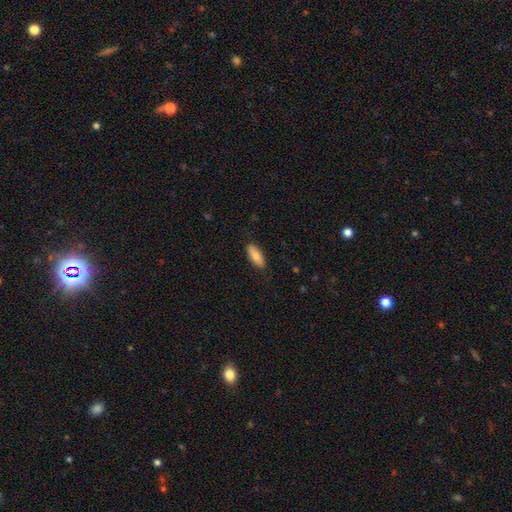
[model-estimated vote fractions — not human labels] smooth-or-featured: smooth: 79% | featured or disk: 16% | star or artifact: 6%
  how-rounded: in between: 77% | cigar-shaped: 21% | round: 2%
  merging: none: 86% | minor disturbance: 11% | major disturbance: 2% | merger: 1%